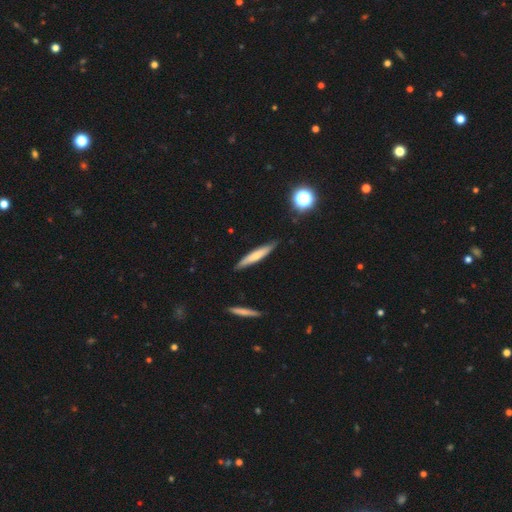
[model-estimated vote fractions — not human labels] This appears to be a smooth galaxy with no disk features (60%) that is cigar-shaped (91%). Merging: none (86%).